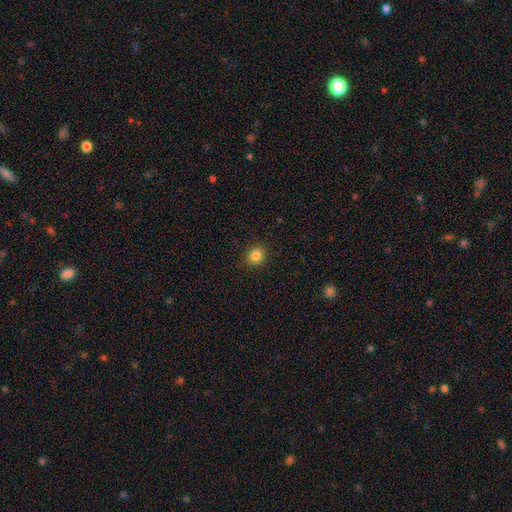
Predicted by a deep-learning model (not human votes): Overall: smooth (85%). How rounded: round (79%). Merging: none (89%).